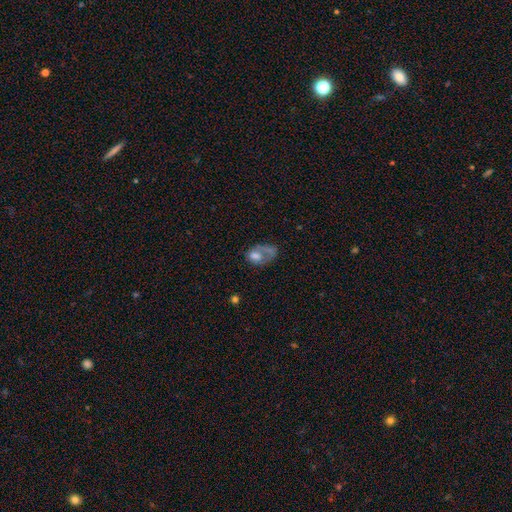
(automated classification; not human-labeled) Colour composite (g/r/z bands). It shows a smooth galaxy with no disk features (53%) that is in between round and cigar-shaped (82%). Merging: major disturbance (38%).